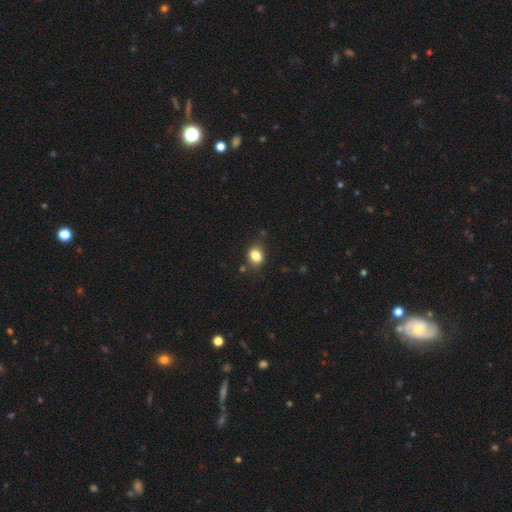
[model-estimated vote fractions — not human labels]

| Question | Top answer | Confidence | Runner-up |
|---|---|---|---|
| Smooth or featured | smooth | 82% | star or artifact (10%) |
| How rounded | in between | 59% | round (40%) |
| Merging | none | 76% | minor disturbance (17%) |